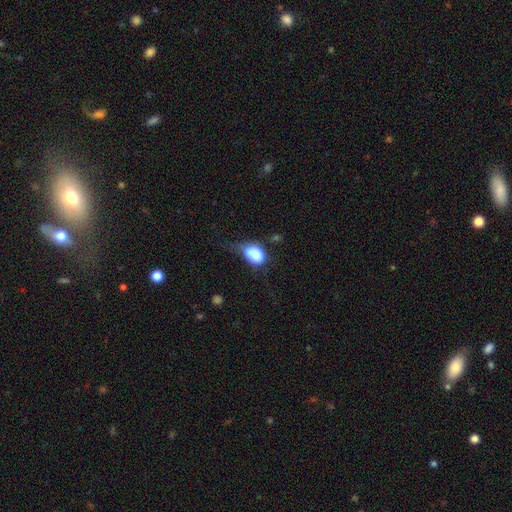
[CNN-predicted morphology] This is likely a smooth galaxy (77%). How rounded: possibly in between (60%). Merging: marginally minor disturbance (34%).